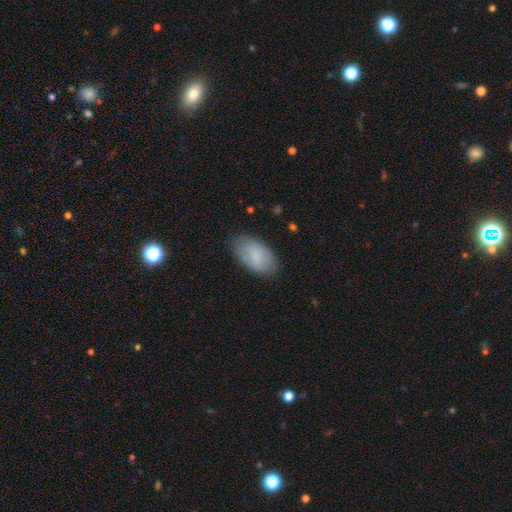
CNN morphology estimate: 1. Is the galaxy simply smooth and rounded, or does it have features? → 82% smooth, 12% featured or disk, 7% star or artifact.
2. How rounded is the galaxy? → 95% in between, 4% round, 2% cigar-shaped.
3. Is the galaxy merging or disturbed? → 78% none, 17% minor disturbance, 4% major disturbance, 1% merger.